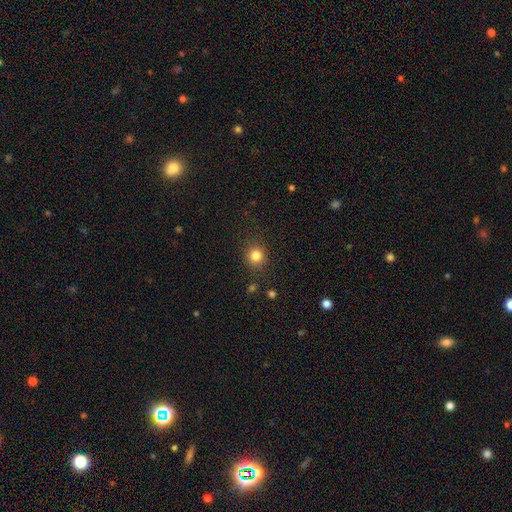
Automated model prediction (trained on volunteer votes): smooth 83%, star or artifact 12%, featured or disk 5%. Down the decision tree: how rounded — round (87%); merging — none (87%).